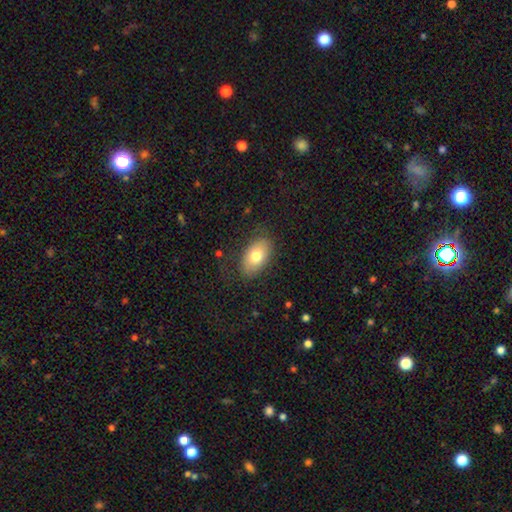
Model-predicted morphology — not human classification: smooth-or-featured: smooth: 75% | featured or disk: 18% | star or artifact: 7%
  how-rounded: in between: 91% | round: 7% | cigar-shaped: 2%
  merging: none: 80% | minor disturbance: 14% | major disturbance: 5% | merger: 1%